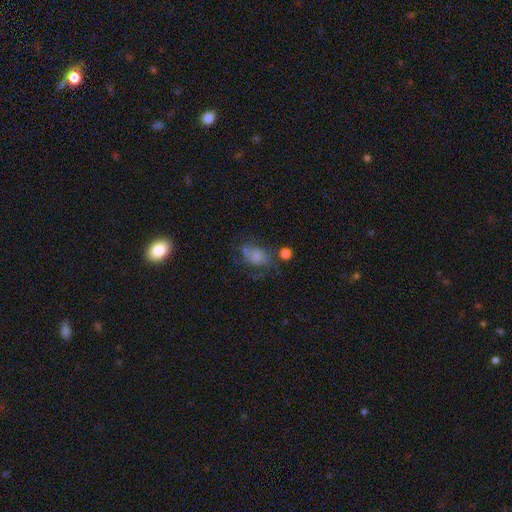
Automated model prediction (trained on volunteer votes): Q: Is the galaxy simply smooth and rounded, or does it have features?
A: smooth — 51%.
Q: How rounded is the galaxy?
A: in between — 73%.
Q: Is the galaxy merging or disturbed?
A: none — 36%.